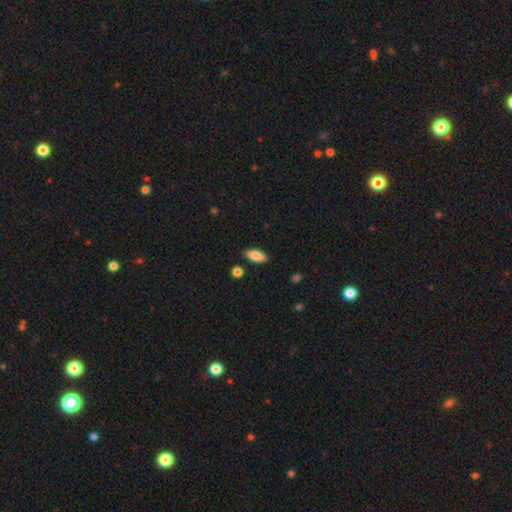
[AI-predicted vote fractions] Q: Smooth or featured?
A: smooth (86%); runner-up: featured or disk (7%)
Q: How rounded?
A: in between (86%); runner-up: cigar-shaped (12%)
Q: Merging?
A: none (86%); runner-up: minor disturbance (9%)